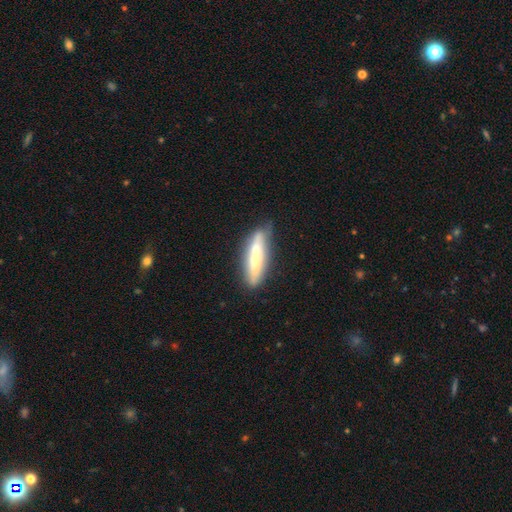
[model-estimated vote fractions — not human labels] Q: Smooth or featured?
A: smooth (62%); runner-up: featured or disk (29%)
Q: How rounded?
A: cigar-shaped (81%); runner-up: in between (18%)
Q: Merging?
A: none (77%); runner-up: minor disturbance (17%)